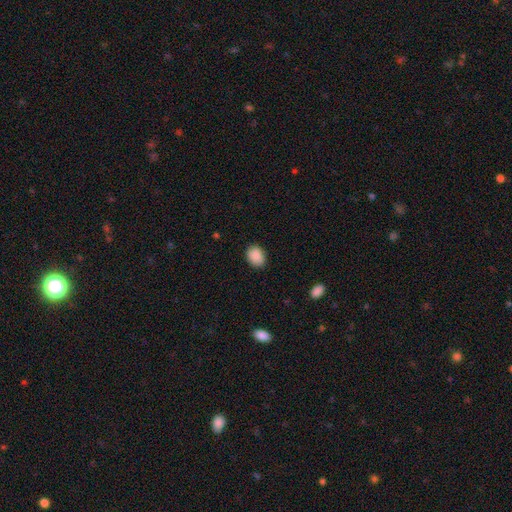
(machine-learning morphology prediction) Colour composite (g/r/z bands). It shows a smooth galaxy with no disk features (89%) that is in between round and cigar-shaped (65%). Merging: none (84%).